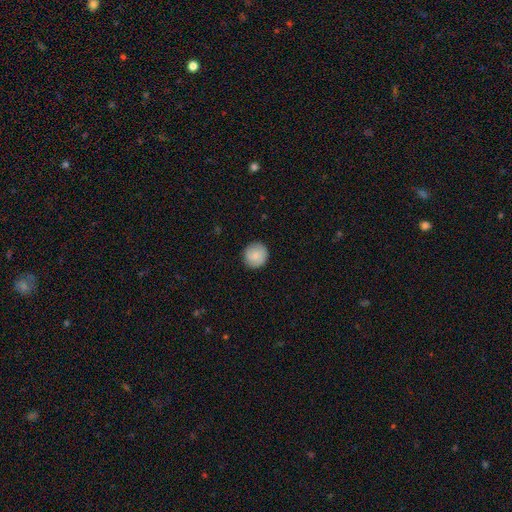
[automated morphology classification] smooth 78%, featured or disk 16%, star or artifact 7%. Down the decision tree: how rounded — round (93%); merging — none (88%).